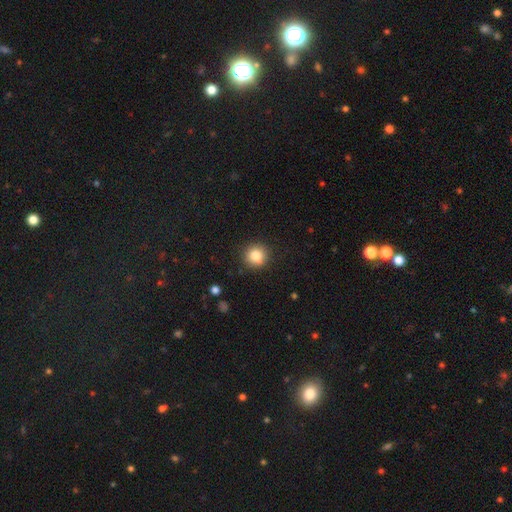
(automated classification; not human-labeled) Smooth or featured? smooth (83%)
How rounded? round (92%)
Merging? none (88%)